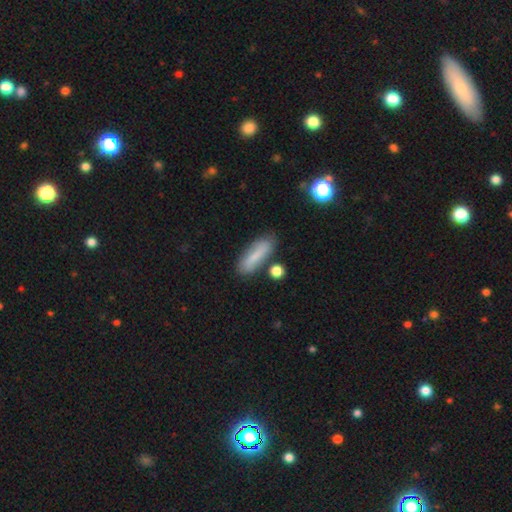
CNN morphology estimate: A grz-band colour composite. It shows a smooth galaxy with no disk features (69%) that is cigar-shaped (54%). Merging: none (72%).